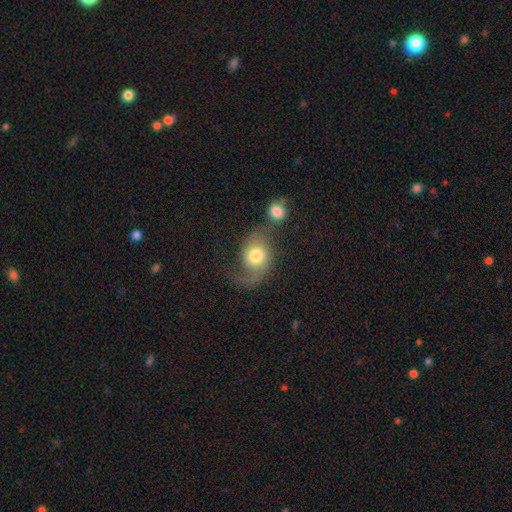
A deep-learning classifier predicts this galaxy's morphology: A featured or disk galaxy (51%).

Vote fractions:
- Smooth or featured? featured or disk: 51% / smooth: 41% / star or artifact: 8%
- Edge-on disk? no: 96% / yes: 4%
- Merging? none: 33% / major disturbance: 27% / merger: 23% / minor disturbance: 17%